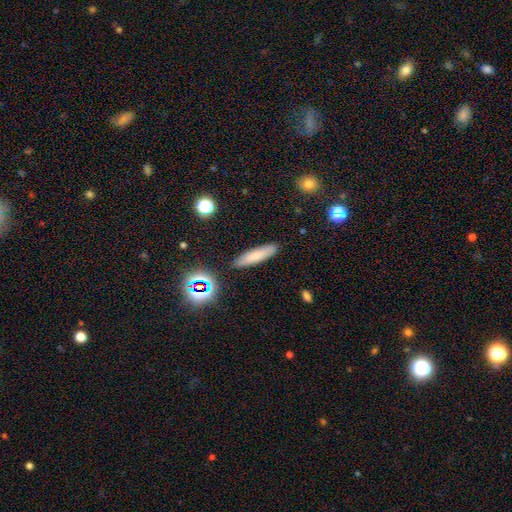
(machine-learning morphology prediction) Smooth or featured? Predicted: smooth (p=0.73). How rounded? Predicted: cigar-shaped (p=0.77). Merging? Predicted: none (p=0.87).